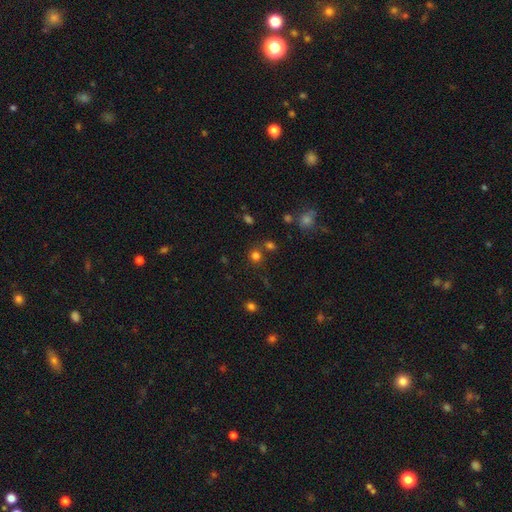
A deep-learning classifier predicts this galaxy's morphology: A smooth galaxy with no disk features (72%) that is round (88%). Merging: none (72%).